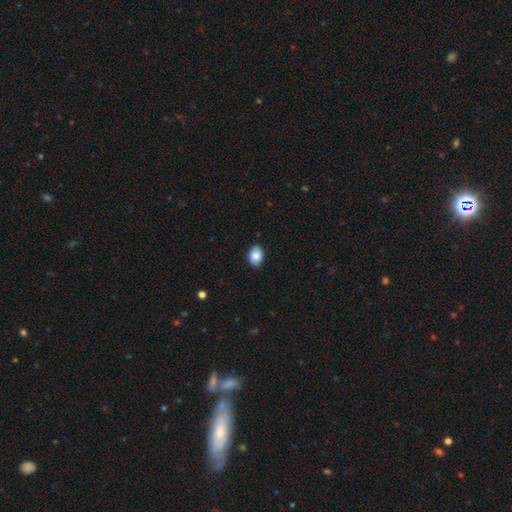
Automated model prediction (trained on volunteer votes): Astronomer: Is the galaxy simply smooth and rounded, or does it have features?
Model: smooth — 87%.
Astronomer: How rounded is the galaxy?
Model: in between — 80%.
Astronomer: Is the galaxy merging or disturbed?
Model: none — 88%.